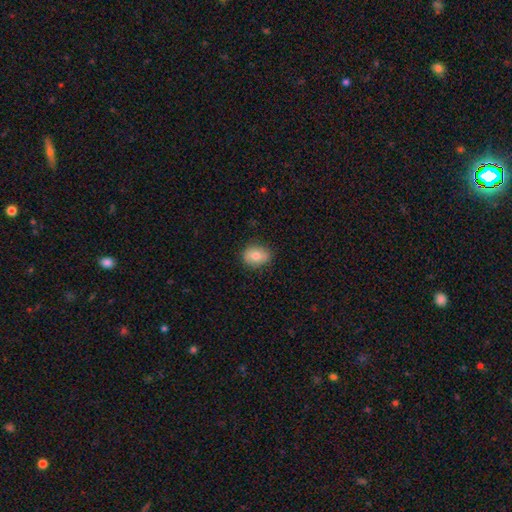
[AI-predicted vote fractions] Smooth or featured: smooth — 80% (featured or disk — 12%)
How rounded: in between — 59% (round — 40%)
Merging: none — 79% (minor disturbance — 17%)